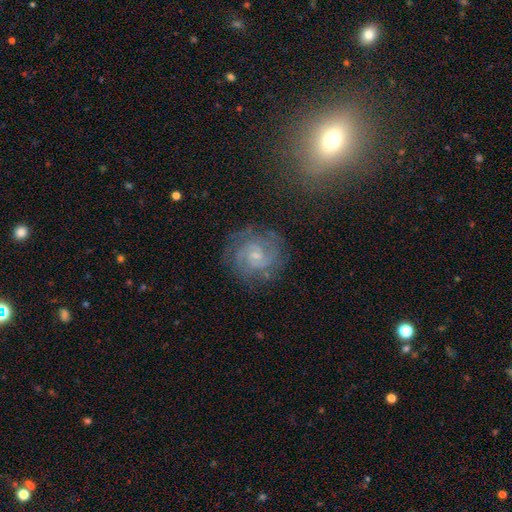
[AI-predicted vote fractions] This appears to be a featured or disk galaxy (82%) with no bar (48%), 2 (54%) tight (58%) spiral arms (96%) and a small central bulge (67%). Merging: none (77%).